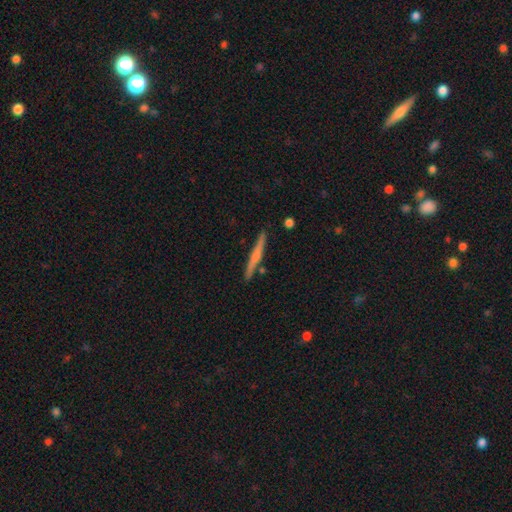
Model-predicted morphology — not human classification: Q: Smooth or featured?
A: featured or disk (51%); runner-up: smooth (43%)
Q: Edge-on disk?
A: yes (97%); runner-up: no (3%)
Q: Merging?
A: none (86%); runner-up: minor disturbance (9%)